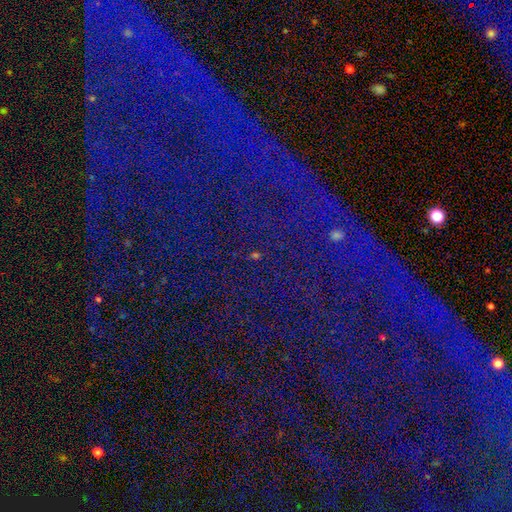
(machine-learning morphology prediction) Smooth or featured?
  - star or artifact: 77% *
  - smooth: 15%
  - featured or disk: 8%